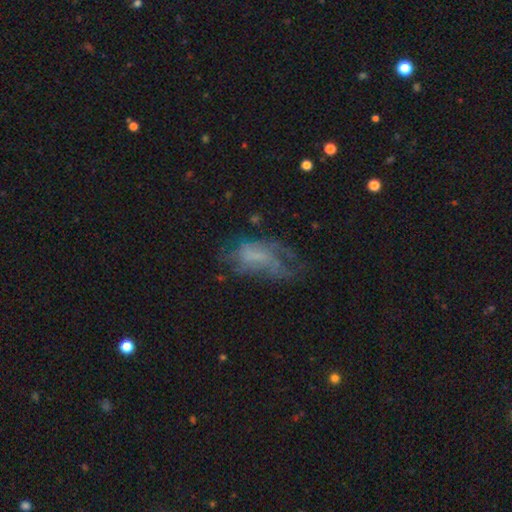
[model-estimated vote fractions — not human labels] A featured or disk galaxy (51%).

Vote fractions:
- Smooth or featured? featured or disk: 51% / smooth: 35% / star or artifact: 14%
- Edge-on disk? no: 94% / yes: 6%
- Merging? none: 36% (tied) / major disturbance: 36% (tied) / minor disturbance: 25% / merger: 3%